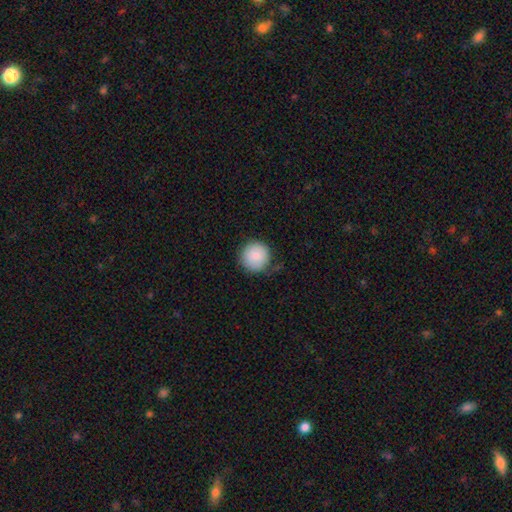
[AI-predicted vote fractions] Q: Smooth or featured?
A: smooth (86%); runner-up: star or artifact (7%)
Q: How rounded?
A: round (95%); runner-up: in between (4%)
Q: Merging?
A: none (80%); runner-up: minor disturbance (15%)